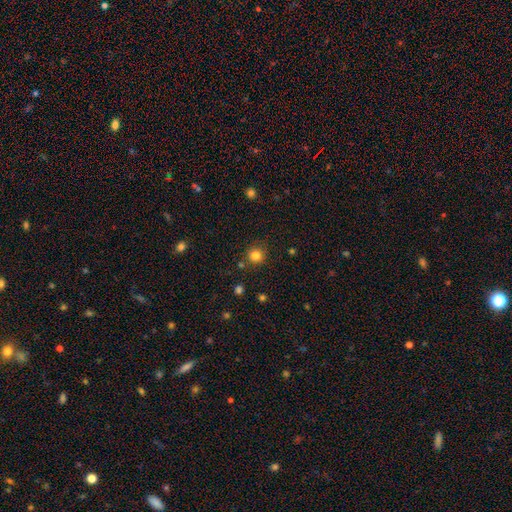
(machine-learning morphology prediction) Smooth or featured: smooth — 82% (star or artifact — 13%)
How rounded: round — 93% (in between — 6%)
Merging: none — 85% (minor disturbance — 9%)